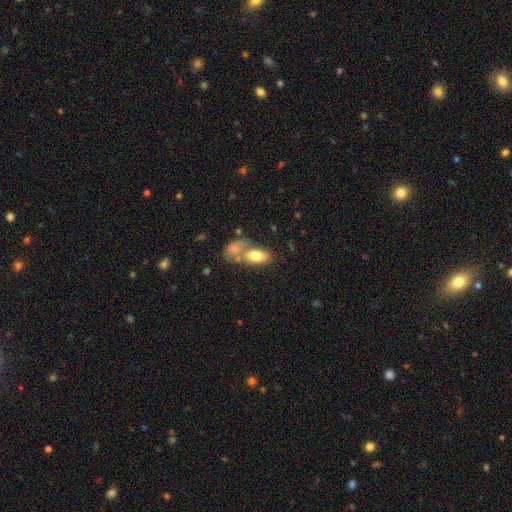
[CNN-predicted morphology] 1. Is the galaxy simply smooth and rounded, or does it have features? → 78% smooth, 15% featured or disk, 7% star or artifact.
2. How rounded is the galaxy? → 90% in between, 6% round, 3% cigar-shaped.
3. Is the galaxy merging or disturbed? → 45% merger, 37% none, 12% minor disturbance, 6% major disturbance.